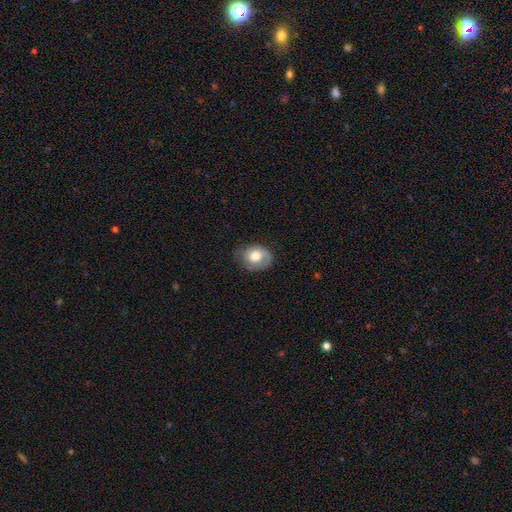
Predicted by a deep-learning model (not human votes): A smooth galaxy with no disk features (67%) that is round (51%). Merging: none (57%).